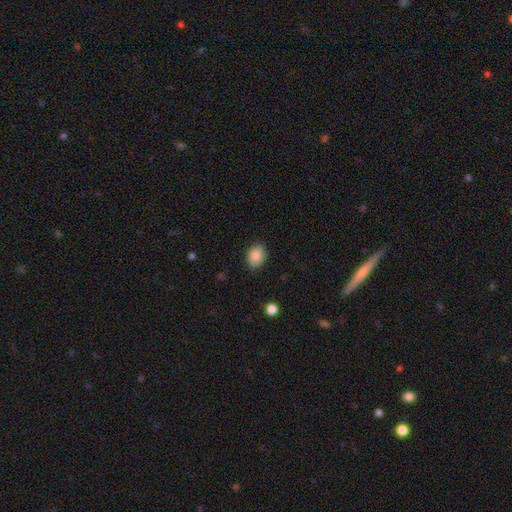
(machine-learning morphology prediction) A smooth galaxy with no disk features (88%) that is in between round and cigar-shaped (67%).

Vote fractions:
- Smooth or featured? smooth: 88% / star or artifact: 8% / featured or disk: 4%
- How rounded? in between: 67% / round: 32% / cigar-shaped: 1%
- Merging? none: 87% / minor disturbance: 10% / major disturbance: 2% / merger: 1%